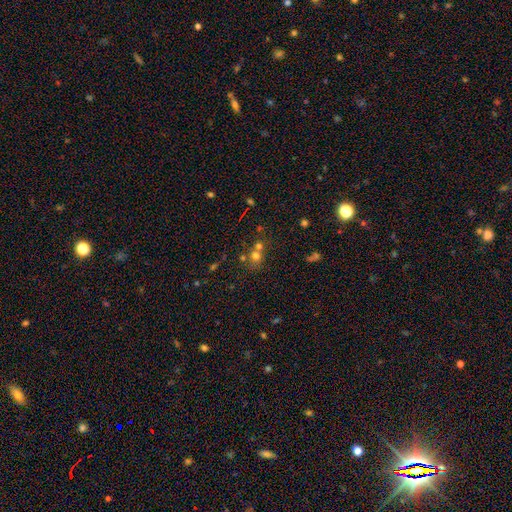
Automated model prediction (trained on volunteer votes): smooth-or-featured: smooth: 63% | star or artifact: 22% | featured or disk: 15%
  how-rounded: round: 80% | in between: 19% | cigar-shaped: 1%
  merging: merger: 49% | none: 40% | minor disturbance: 7% | major disturbance: 4%